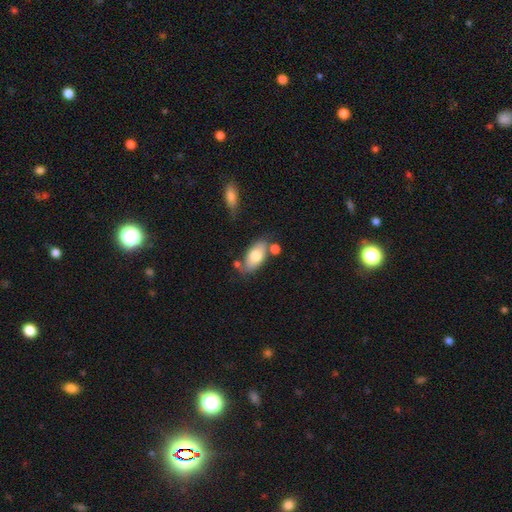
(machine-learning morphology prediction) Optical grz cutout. It shows a smooth galaxy with no disk features (75%) that is in between round and cigar-shaped (91%). Merging: none (67%).